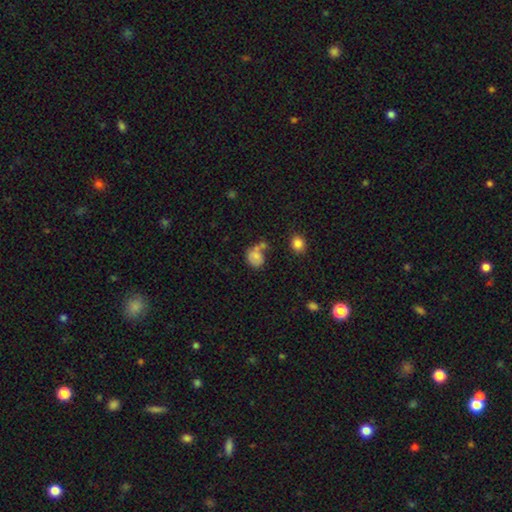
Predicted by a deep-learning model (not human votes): Q: Smooth or featured?
A: smooth (72%); runner-up: featured or disk (17%)
Q: How rounded?
A: round (58%); runner-up: in between (41%)
Q: Merging?
A: none (42%); runner-up: merger (27%)